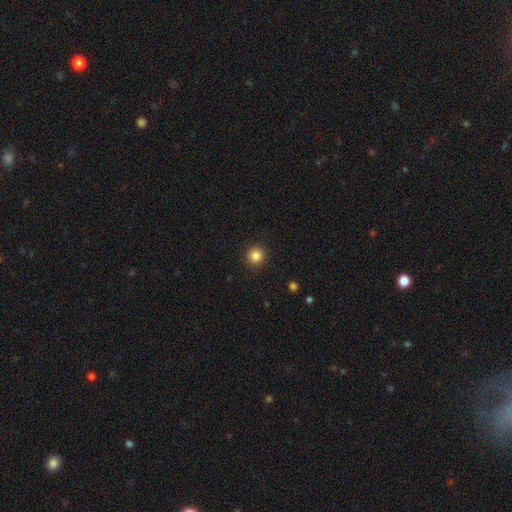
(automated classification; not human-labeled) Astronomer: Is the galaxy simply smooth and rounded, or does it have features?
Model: smooth — 85%.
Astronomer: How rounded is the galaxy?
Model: round — 93%.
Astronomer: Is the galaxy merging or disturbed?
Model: none — 92%.